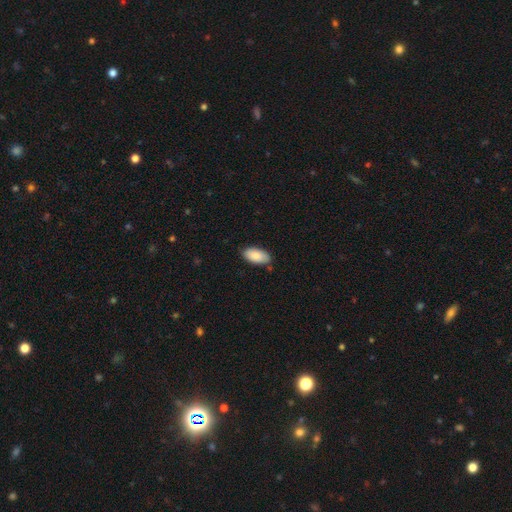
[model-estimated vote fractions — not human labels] This is clearly a smooth galaxy (88%). How rounded: clearly in between (95%). Merging: likely none (80%).